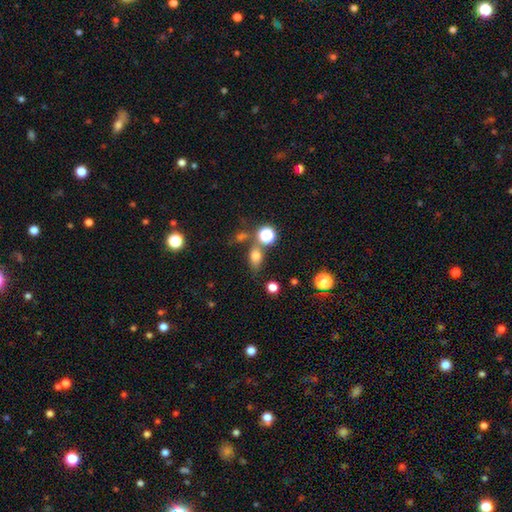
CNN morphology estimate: A smooth galaxy with no disk features (69%) that is in between round and cigar-shaped (68%).

Vote fractions:
- Smooth or featured? smooth: 69% / star or artifact: 18% / featured or disk: 13%
- How rounded? in between: 68% / round: 27% / cigar-shaped: 5%
- Merging? none: 63% / minor disturbance: 16% / merger: 14% / major disturbance: 7%